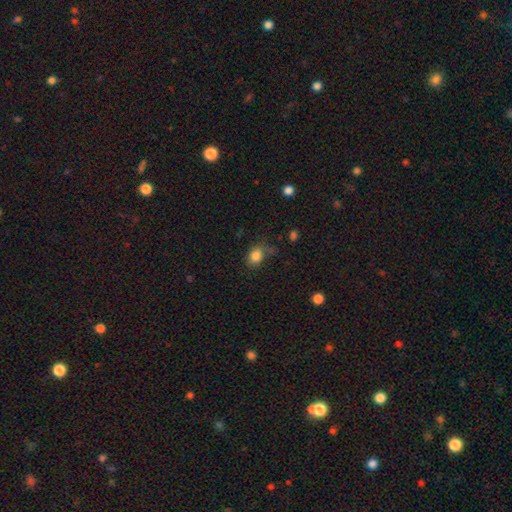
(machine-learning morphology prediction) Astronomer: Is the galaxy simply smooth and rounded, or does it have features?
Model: smooth — 84%.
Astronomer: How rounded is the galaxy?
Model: in between — 50% (runner-up: round, 48%).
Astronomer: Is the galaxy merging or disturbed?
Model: none — 56%.